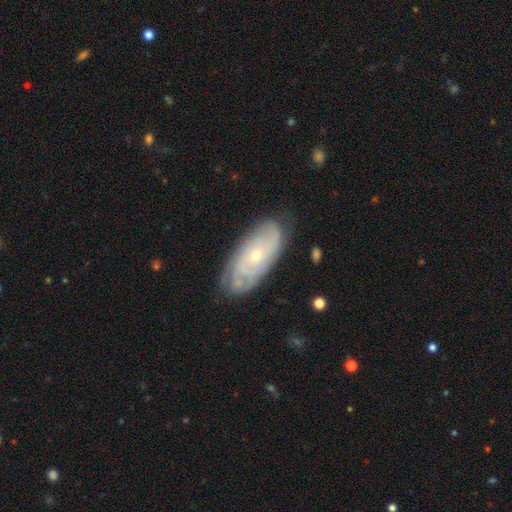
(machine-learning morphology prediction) A featured or disk galaxy (75%) with no bar (78%), tight (65%) spiral arms (90%) and a small central bulge (67%). Merging: none (75%).